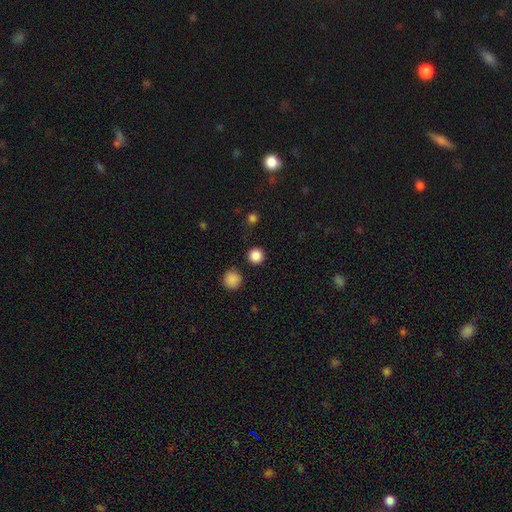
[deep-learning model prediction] This is clearly a smooth galaxy (85%). How rounded: clearly round (95%). Merging: clearly none (89%).